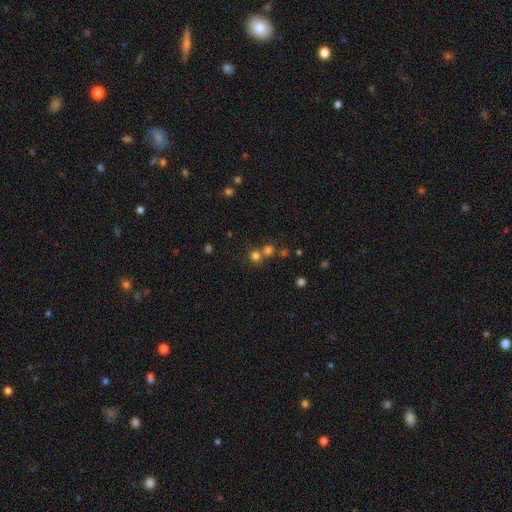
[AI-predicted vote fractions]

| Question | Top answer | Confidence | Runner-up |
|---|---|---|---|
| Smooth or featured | smooth | 71% | star or artifact (21%) |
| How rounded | round | 90% | in between (9%) |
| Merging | none | 58% | merger (34%) |